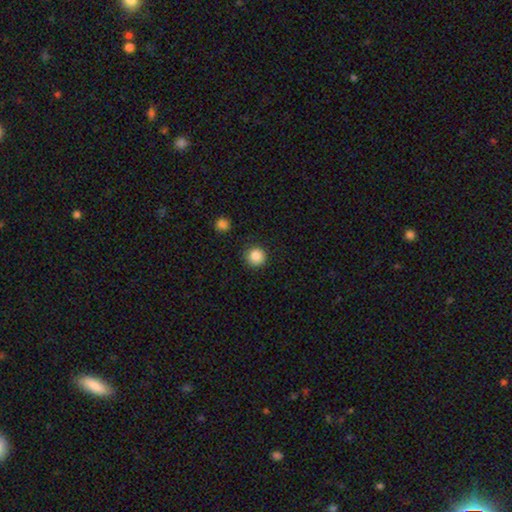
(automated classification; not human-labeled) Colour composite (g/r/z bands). It shows a smooth galaxy with no disk features (87%) that is round (95%). Merging: none (89%).